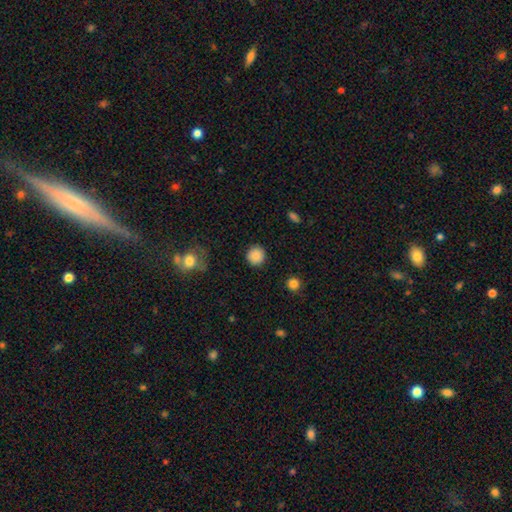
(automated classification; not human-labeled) Smooth or featured? smooth (87%)
How rounded? round (93%)
Merging? none (90%)